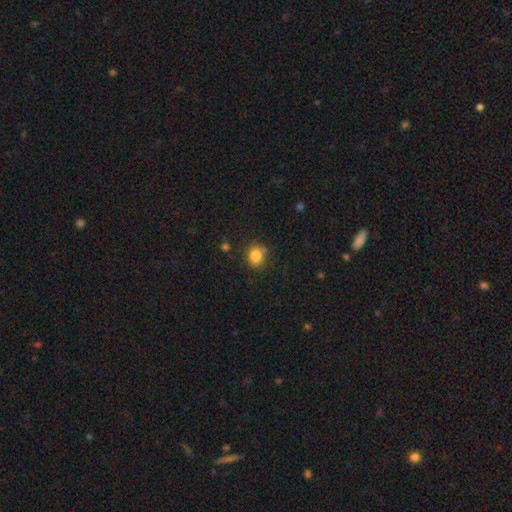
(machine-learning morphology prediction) Smooth or featured? smooth (84%)
How rounded? round (66%)
Merging? none (73%)